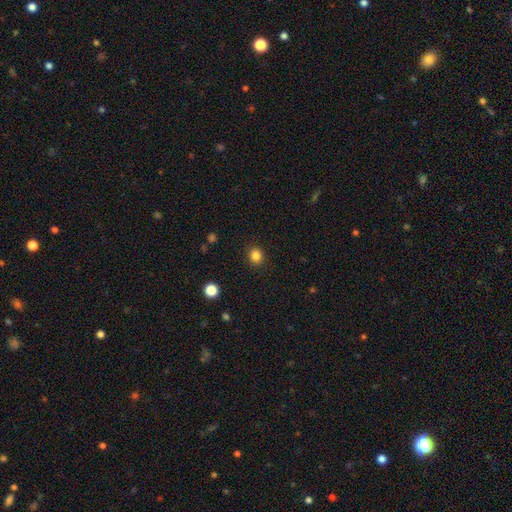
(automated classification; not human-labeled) Q: Smooth or featured?
A: smooth (84%); runner-up: star or artifact (12%)
Q: How rounded?
A: round (76%); runner-up: in between (23%)
Q: Merging?
A: none (91%); runner-up: minor disturbance (6%)